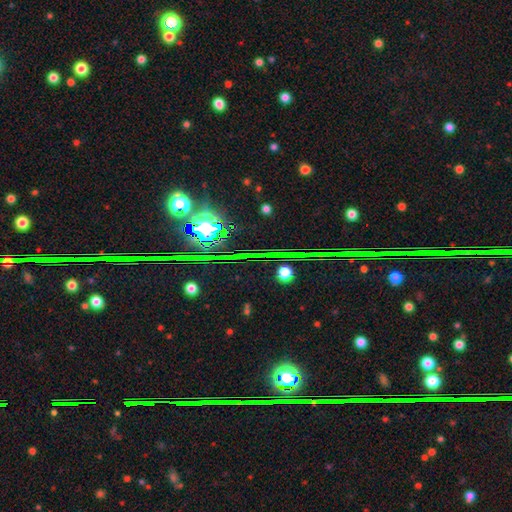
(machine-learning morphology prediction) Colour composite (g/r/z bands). It shows a star or artifact, not a galaxy (81%).